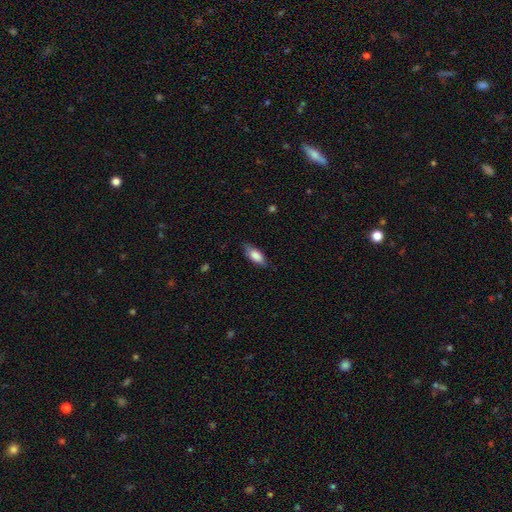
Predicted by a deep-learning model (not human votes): smooth 81%, featured or disk 12%, star or artifact 6%. Down the decision tree: how rounded — in between (81%); merging — none (77%).